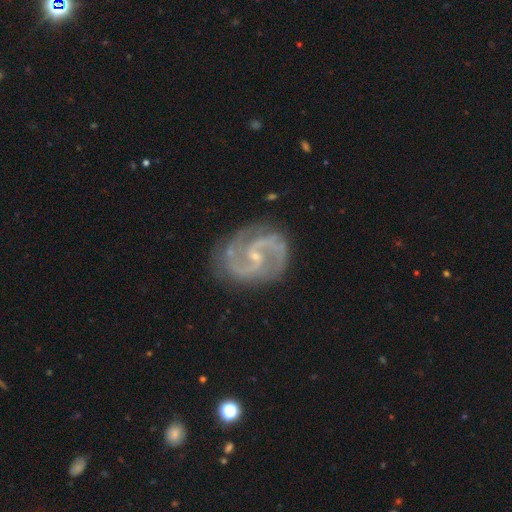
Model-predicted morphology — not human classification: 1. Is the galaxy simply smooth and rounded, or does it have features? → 93% featured or disk, 4% star or artifact, 3% smooth.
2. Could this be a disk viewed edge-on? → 98% no, 2% yes.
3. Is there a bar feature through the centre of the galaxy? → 47% weak, 36% no, 16% strong.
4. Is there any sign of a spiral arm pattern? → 98% yes, 2% no.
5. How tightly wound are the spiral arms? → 62% medium, 21% tight, 17% loose.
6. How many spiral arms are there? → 91% 2, 3% 3, 2% can't tell, 1% 1, 1% 4, 1% more than 4.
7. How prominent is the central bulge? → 76% small, 18% moderate, 4% none, 1% large, 1% dominant.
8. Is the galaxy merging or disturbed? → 80% none, 14% minor disturbance, 5% major disturbance, 2% merger.